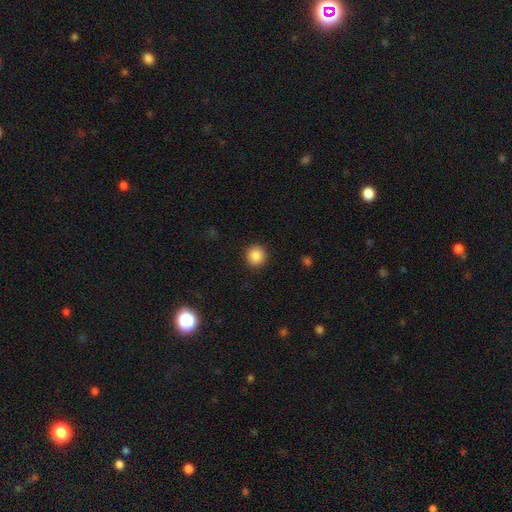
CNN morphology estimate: Smooth or featured? Predicted: smooth (p=0.86). How rounded? Predicted: round (p=0.93). Merging? Predicted: none (p=0.92).